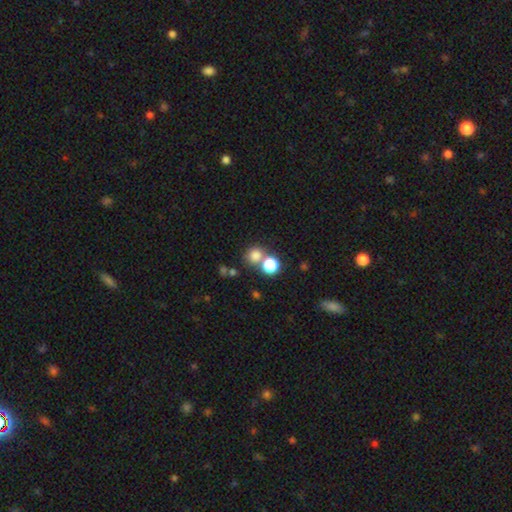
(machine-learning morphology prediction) Smooth or featured: smooth — 75% (star or artifact — 18%)
How rounded: round — 86% (in between — 13%)
Merging: none — 61% (merger — 27%)